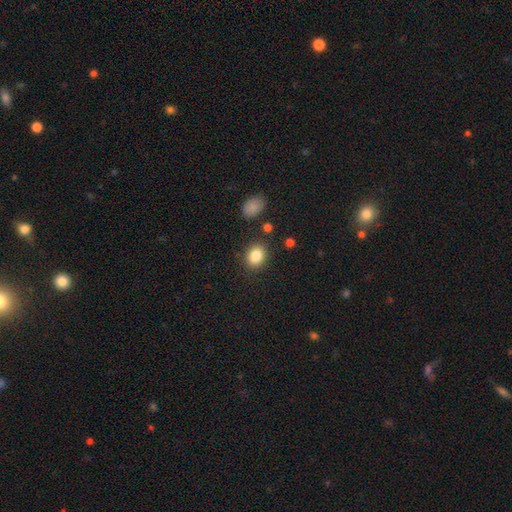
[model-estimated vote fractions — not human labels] smooth-or-featured: smooth: 84% | star or artifact: 10% | featured or disk: 7%
  how-rounded: in between: 52% | round: 47% | cigar-shaped: 1%
  merging: none: 85% | minor disturbance: 9% | major disturbance: 3% | merger: 3%